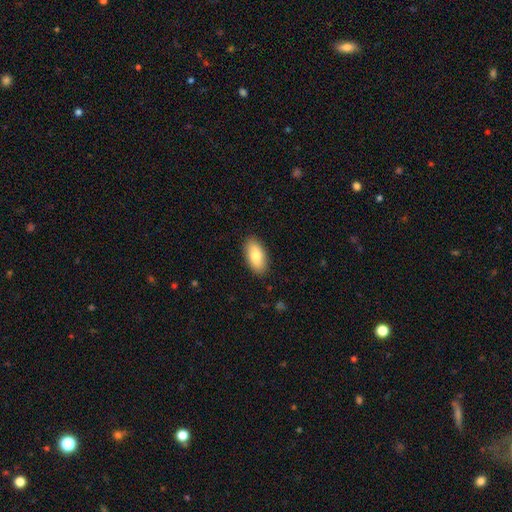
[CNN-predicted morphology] Smooth or featured? smooth (81%)
How rounded? in between (92%)
Merging? none (88%)